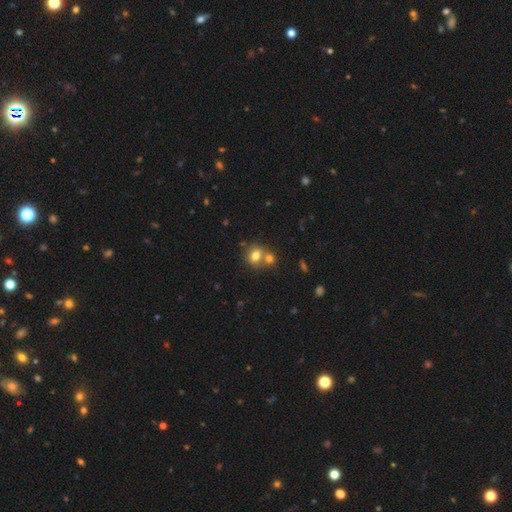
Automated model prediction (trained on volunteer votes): Morphology: type=smooth (74%); roundness=round (73%); merging=none (46%).